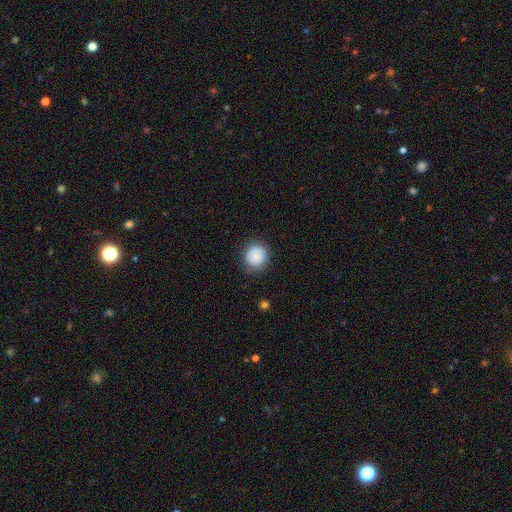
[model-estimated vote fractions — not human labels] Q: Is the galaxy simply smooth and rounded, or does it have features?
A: smooth — 87%.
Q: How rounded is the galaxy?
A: round — 92%.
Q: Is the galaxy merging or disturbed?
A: none — 87%.